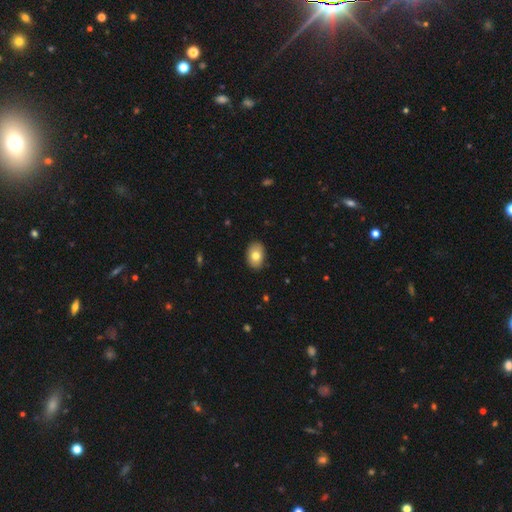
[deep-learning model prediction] A smooth galaxy with no disk features (77%) that is in between round and cigar-shaped (81%).

Vote fractions:
- Smooth or featured? smooth: 77% / featured or disk: 15% / star or artifact: 7%
- How rounded? in between: 81% / round: 18% / cigar-shaped: 1%
- Merging? none: 86% / minor disturbance: 11% / major disturbance: 2% / merger: 1%